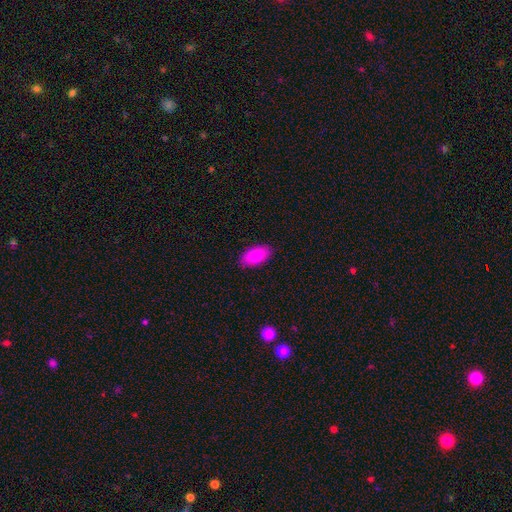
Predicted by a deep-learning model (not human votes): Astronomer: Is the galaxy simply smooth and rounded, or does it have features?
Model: smooth — 83%.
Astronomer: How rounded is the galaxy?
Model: in between — 94%.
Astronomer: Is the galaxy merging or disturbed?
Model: none — 88%.